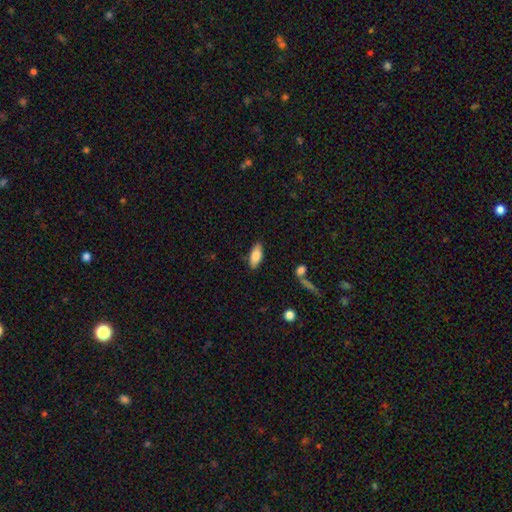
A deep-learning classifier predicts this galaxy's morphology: This is clearly a smooth galaxy (81%). How rounded: clearly in between (81%). Merging: clearly none (84%).